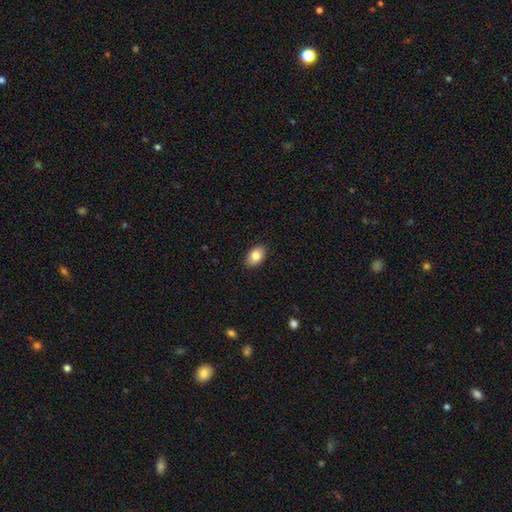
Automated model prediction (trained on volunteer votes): Overall: smooth (83%). How rounded: in between (88%). Merging: none (89%).